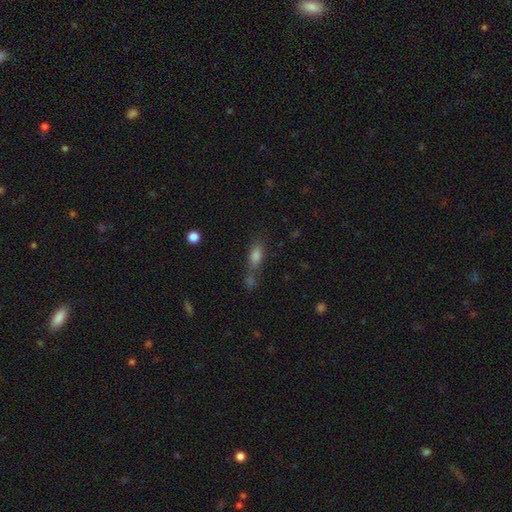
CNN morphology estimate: smooth_or_featured: smooth (p=0.75) [alt: star or artifact p=0.14]
how_rounded: in between (p=0.73) [alt: cigar-shaped p=0.18]
merging: none (p=0.49) [alt: merger p=0.30]